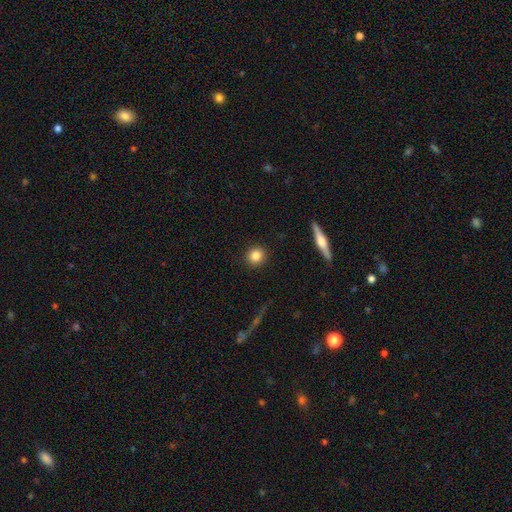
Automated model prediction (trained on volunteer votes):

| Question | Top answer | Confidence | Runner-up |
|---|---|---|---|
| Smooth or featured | smooth | 84% | star or artifact (9%) |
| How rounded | round | 92% | in between (6%) |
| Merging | none | 92% | minor disturbance (5%) |